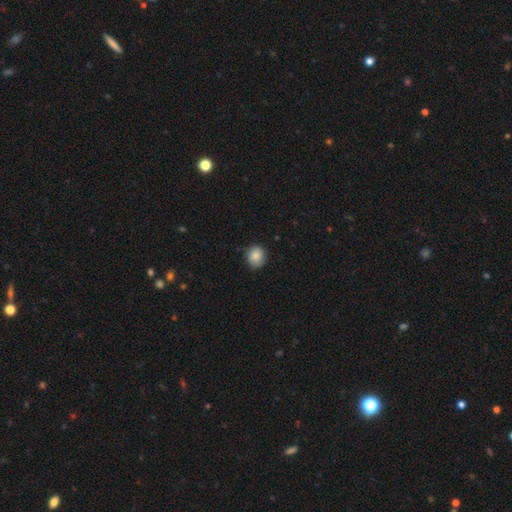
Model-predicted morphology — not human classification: smooth-or-featured: smooth: 85% | star or artifact: 8% | featured or disk: 6%
  how-rounded: round: 81% | in between: 18% | cigar-shaped: 1%
  merging: none: 78% | minor disturbance: 18% | major disturbance: 3% | merger: 1%